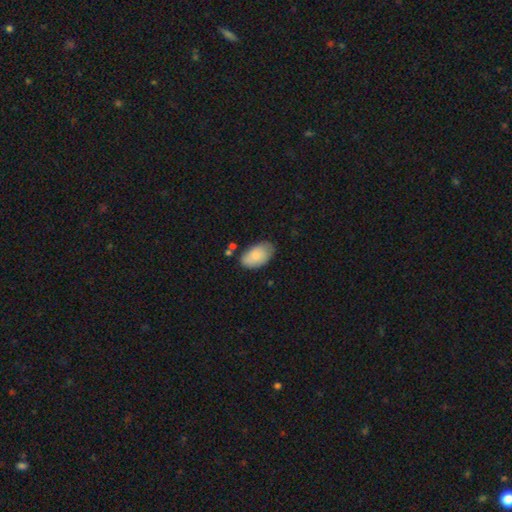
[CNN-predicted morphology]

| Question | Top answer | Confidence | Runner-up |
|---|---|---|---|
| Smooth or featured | smooth | 83% | featured or disk (11%) |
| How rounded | in between | 95% | round (4%) |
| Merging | none | 71% | minor disturbance (22%) |